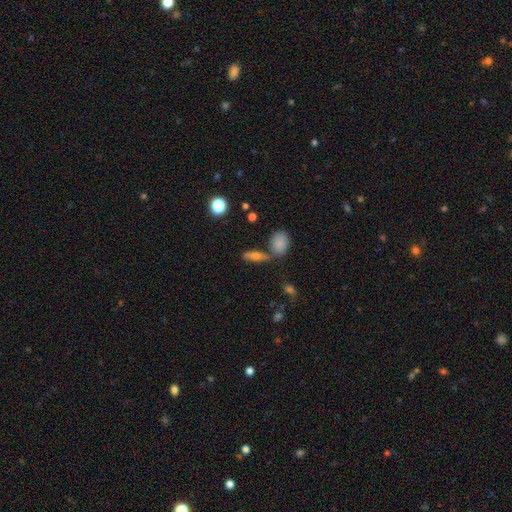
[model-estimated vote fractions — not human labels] The model was most divided on "how rounded": cigar-shaped: 48%, in between: 44%, round: 8%. More confident: merging — none (66%); smooth or featured — smooth (56%).